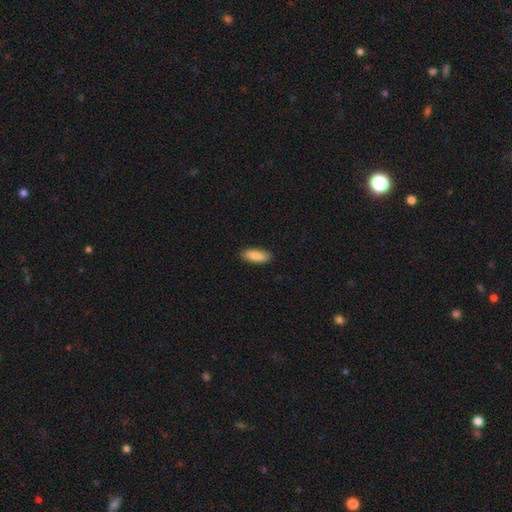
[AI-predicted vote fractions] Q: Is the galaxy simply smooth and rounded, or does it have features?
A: smooth — 88%.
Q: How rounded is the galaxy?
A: in between — 72%.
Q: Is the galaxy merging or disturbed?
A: none — 89%.